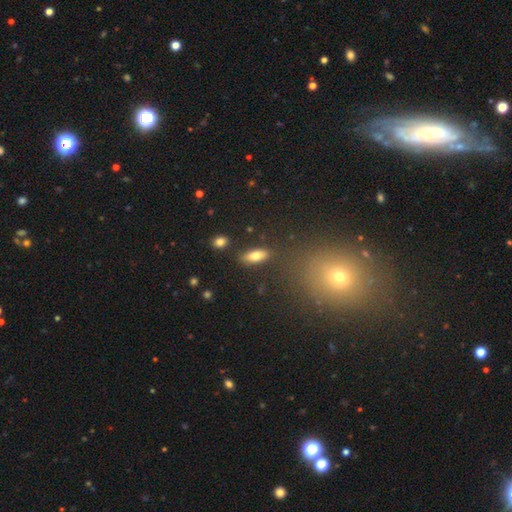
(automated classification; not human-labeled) Smooth or featured?
  - smooth: 77% *
  - featured or disk: 15%
  - star or artifact: 8%
How rounded?
  - in between: 78% *
  - cigar-shaped: 18%
  - round: 3%
Merging?
  - none: 84% *
  - minor disturbance: 10%
  - merger: 3%
  - major disturbance: 3%